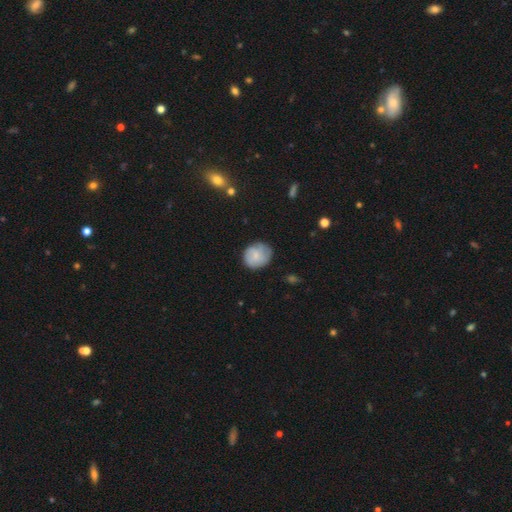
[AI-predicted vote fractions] A smooth galaxy with no disk features (67%) that is round (77%). Merging: none (73%).